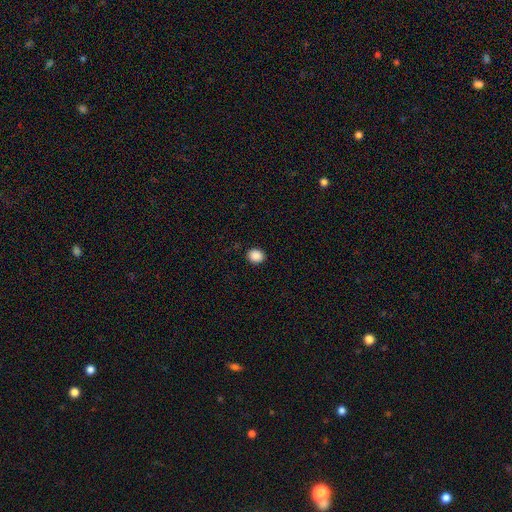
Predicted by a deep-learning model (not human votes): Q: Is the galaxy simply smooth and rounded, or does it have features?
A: smooth — 89%.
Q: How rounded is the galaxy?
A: round — 66%.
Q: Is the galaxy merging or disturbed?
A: none — 91%.